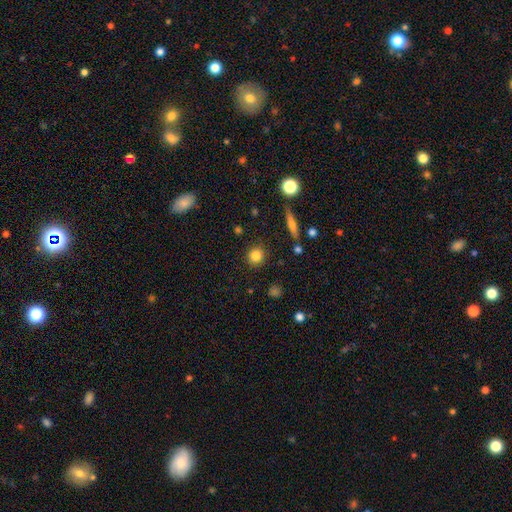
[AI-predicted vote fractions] This appears to be a smooth galaxy with no disk features (83%) that is round (90%). Merging: none (89%).